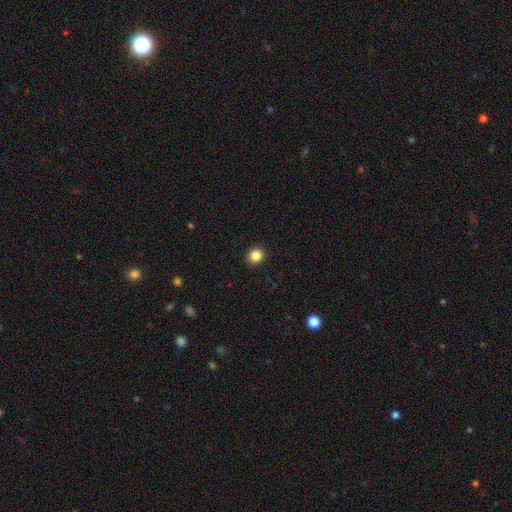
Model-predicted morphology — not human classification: Q: Smooth or featured?
A: smooth (85%); runner-up: star or artifact (11%)
Q: How rounded?
A: round (87%); runner-up: in between (12%)
Q: Merging?
A: none (93%); runner-up: minor disturbance (5%)